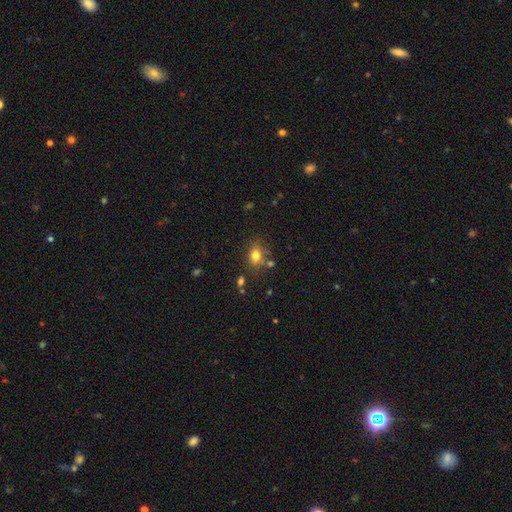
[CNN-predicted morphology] smooth 77%, star or artifact 13%, featured or disk 10%. Down the decision tree: how rounded — in between (58%); merging — none (70%).